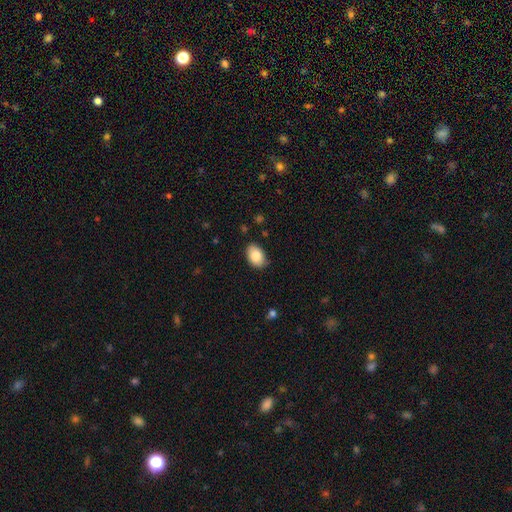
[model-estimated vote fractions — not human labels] Smooth or featured? smooth (86%)
How rounded? in between (87%)
Merging? none (82%)